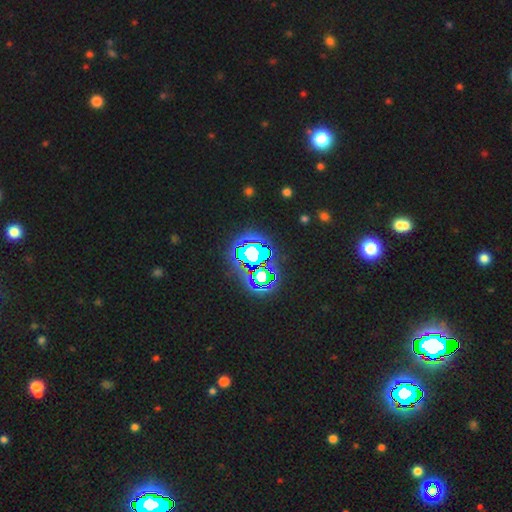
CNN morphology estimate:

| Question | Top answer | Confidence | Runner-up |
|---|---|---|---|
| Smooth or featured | star or artifact | 81% | smooth (12%) |